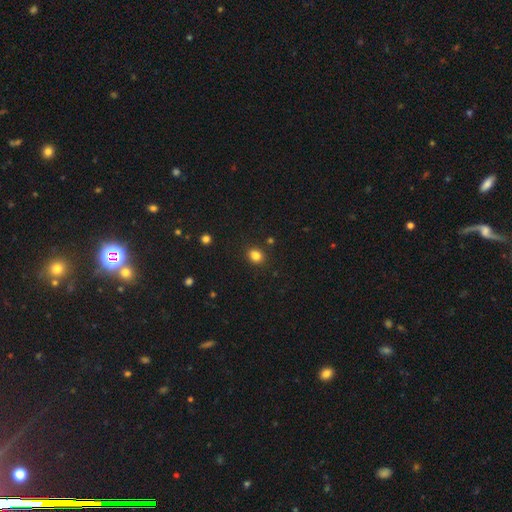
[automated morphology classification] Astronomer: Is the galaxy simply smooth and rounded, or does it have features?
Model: smooth — 83%.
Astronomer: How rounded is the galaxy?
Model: round — 67%.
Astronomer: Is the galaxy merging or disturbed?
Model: none — 86%.